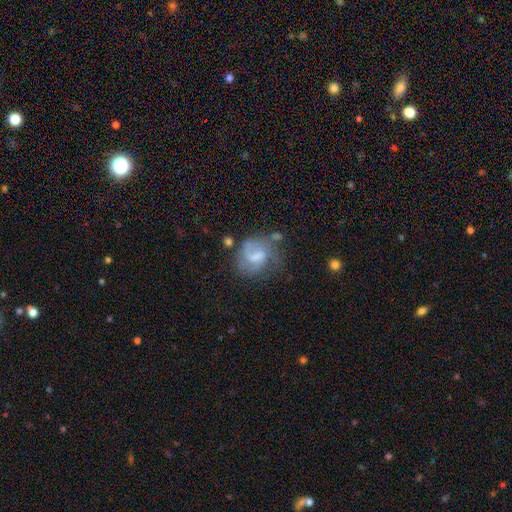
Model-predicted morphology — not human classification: Smooth or featured: featured or disk — 64% (smooth — 28%)
Edge-on disk: no — 98% (yes — 2%)
Bar: weak — 55% (no — 27%)
Spiral arms: yes — 81% (no — 19%)
Spiral winding: medium — 45% (loose — 30%)
Spiral arm count: 2 — 55% (can't tell — 19%)
Bulge size: small — 32% (moderate — 31%)
Merging: none — 48% (minor disturbance — 23%)